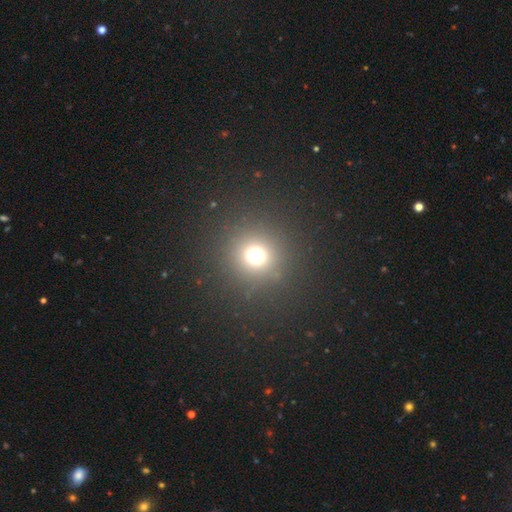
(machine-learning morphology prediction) A smooth galaxy with no disk features (67%) that is round (93%). Merging: none (87%).